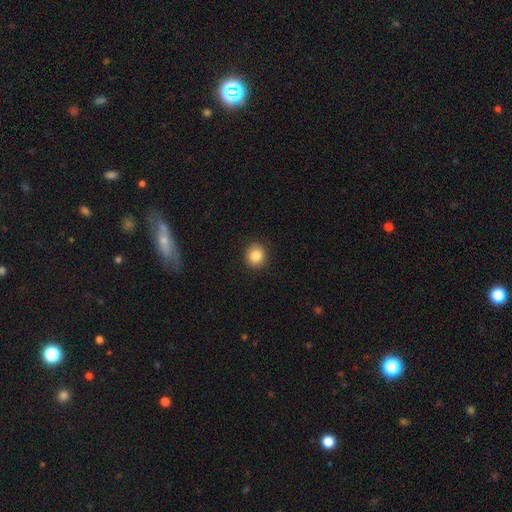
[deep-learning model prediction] A smooth galaxy with no disk features (85%) that is round (88%). Merging: none (91%).